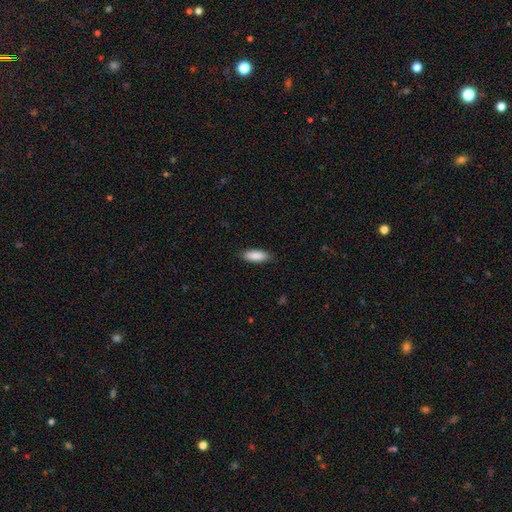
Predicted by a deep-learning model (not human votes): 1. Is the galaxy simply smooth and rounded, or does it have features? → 89% smooth, 6% star or artifact, 5% featured or disk.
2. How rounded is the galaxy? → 68% in between, 31% cigar-shaped, 2% round.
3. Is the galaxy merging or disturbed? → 88% none, 9% minor disturbance, 2% major disturbance, 1% merger.